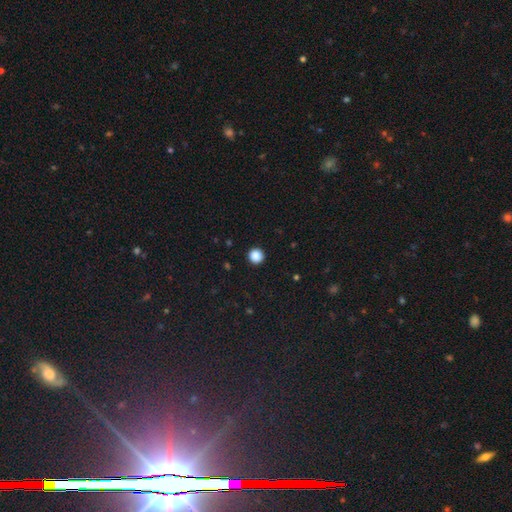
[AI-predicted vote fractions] Smooth or featured? Predicted: smooth (p=0.87). How rounded? Predicted: round (p=0.96). Merging? Predicted: none (p=0.93).